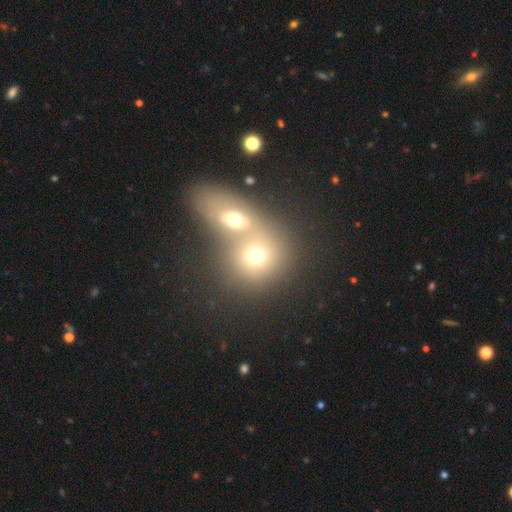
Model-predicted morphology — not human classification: Smooth or featured? smooth (66%)
How rounded? round (73%)
Merging? merger (69%)